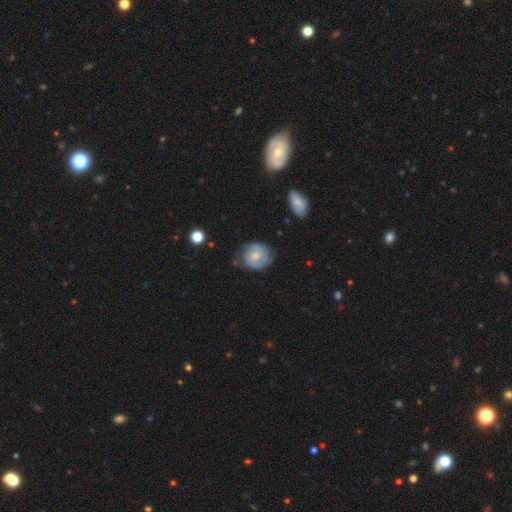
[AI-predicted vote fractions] A smooth galaxy with no disk features (49%). Merging: none (65%).